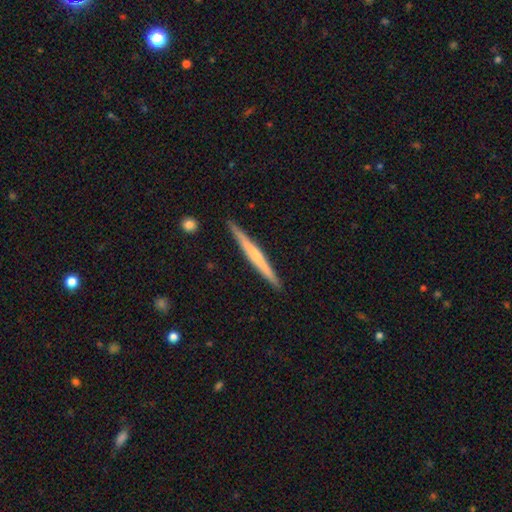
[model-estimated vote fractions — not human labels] Morphology: type=featured or disk (53%); edge-on=yes (98%); edge-on bulge=none (65%); merging=none (91%).